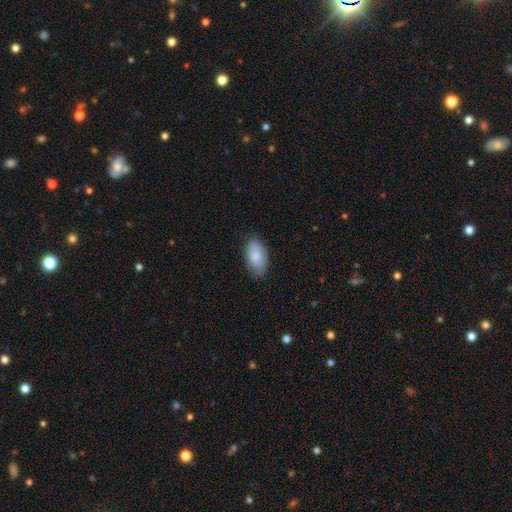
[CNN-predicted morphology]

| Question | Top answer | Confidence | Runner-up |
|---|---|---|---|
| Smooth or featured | smooth | 82% | featured or disk (12%) |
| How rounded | in between | 94% | round (3%) |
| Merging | none | 80% | minor disturbance (16%) |